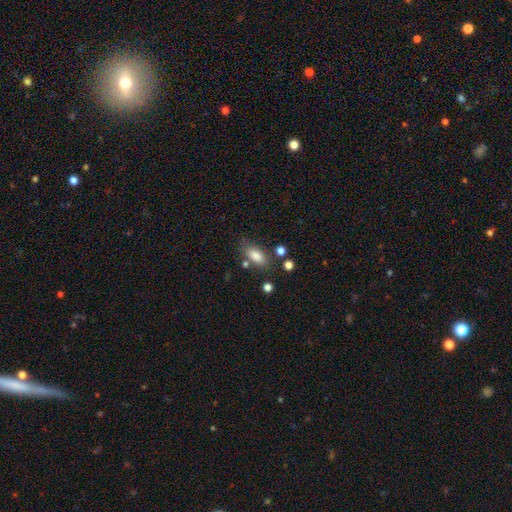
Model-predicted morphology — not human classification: The model was most divided on "merging": none: 73%, minor disturbance: 15%, merger: 7%, major disturbance: 5%. More confident: how rounded — in between (87%); smooth or featured — smooth (83%).